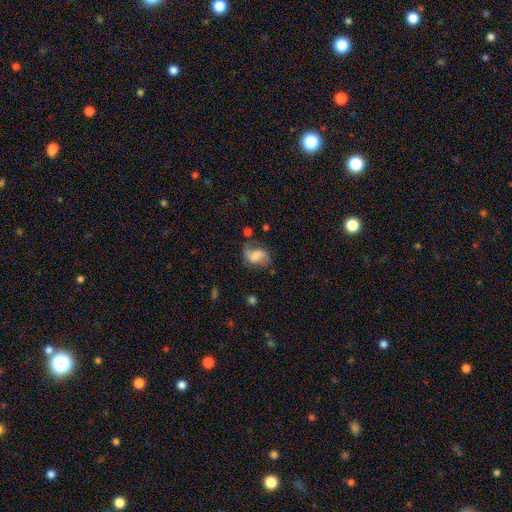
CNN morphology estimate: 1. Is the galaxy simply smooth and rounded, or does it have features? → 56% featured or disk, 35% smooth, 9% star or artifact.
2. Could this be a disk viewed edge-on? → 97% no, 3% yes.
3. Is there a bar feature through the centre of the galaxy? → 42% weak, 40% no, 18% strong.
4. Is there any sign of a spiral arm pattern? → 85% yes, 15% no.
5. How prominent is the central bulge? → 30% none, 24% moderate, 21% large, 21% small, 4% dominant.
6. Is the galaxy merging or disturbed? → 51% none, 25% minor disturbance, 18% major disturbance, 6% merger.